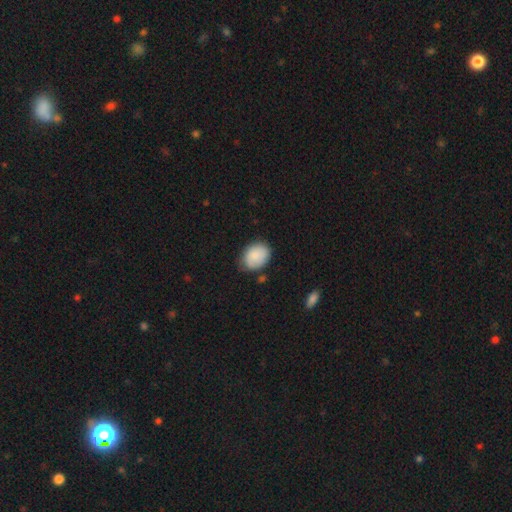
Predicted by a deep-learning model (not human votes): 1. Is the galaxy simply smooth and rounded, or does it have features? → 85% smooth, 9% featured or disk, 6% star or artifact.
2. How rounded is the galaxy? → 69% in between, 30% round, 1% cigar-shaped.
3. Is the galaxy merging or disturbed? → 71% none, 22% minor disturbance, 4% major disturbance, 2% merger.